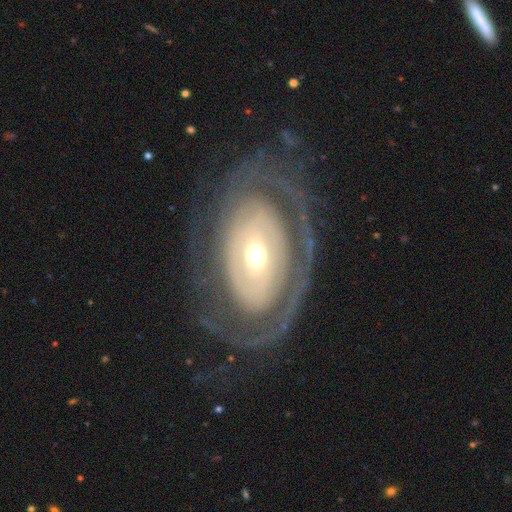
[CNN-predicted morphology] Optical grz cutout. It shows a featured or disk galaxy (81%) with no bar (57%), tight (67%) spiral arms (74%) and a moderate central bulge (55%). Merging: none (68%).